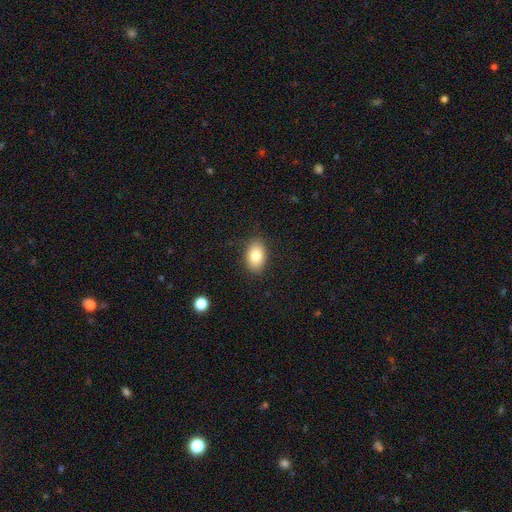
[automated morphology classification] Overall: smooth (83%). How rounded: in between (89%). Merging: none (87%).